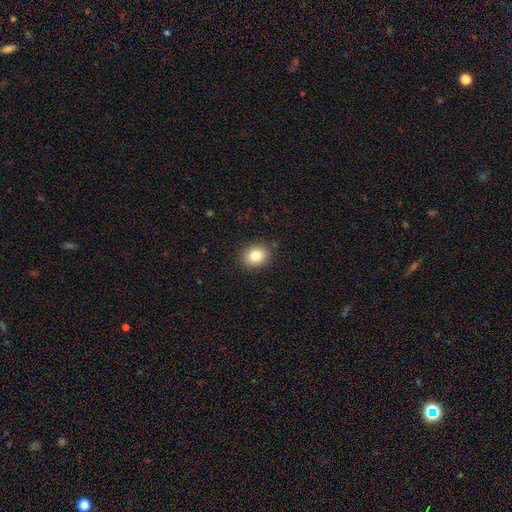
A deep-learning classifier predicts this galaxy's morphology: type=smooth (82%); roundness=round (59%); merging=none (88%).